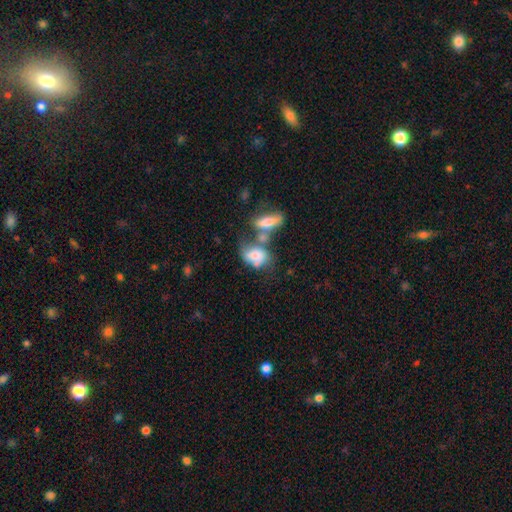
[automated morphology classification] This is likely a smooth galaxy (63%). How rounded: clearly in between (81%). Merging: possibly merger (50%).